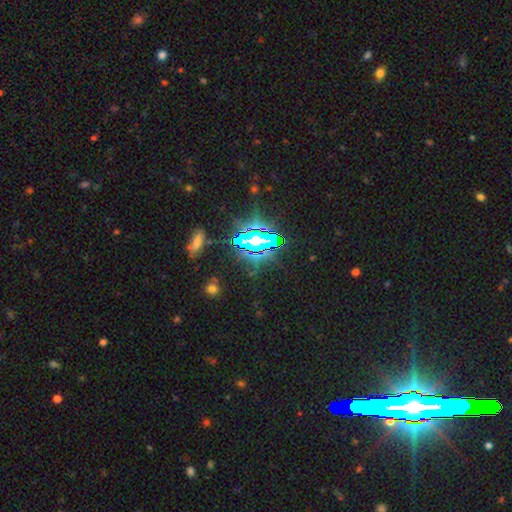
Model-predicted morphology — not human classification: star or artifact 80%, smooth 11%, featured or disk 9%.